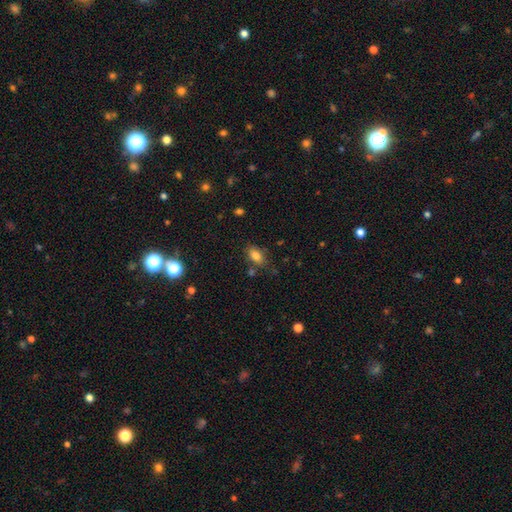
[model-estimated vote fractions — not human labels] Morphology: type=smooth (81%); roundness=in between (88%); merging=none (74%).